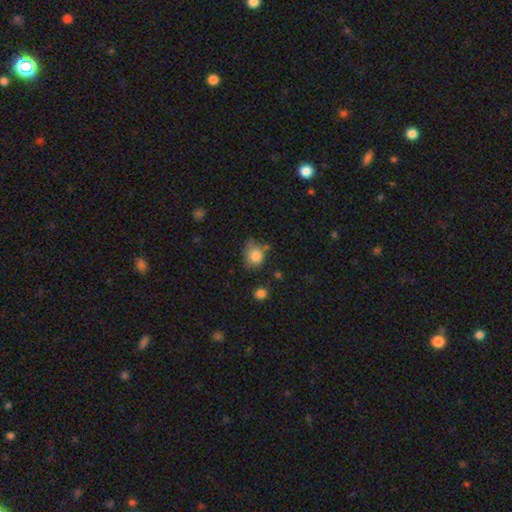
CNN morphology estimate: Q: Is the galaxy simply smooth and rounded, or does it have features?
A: smooth — 82%.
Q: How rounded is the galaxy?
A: round — 70%.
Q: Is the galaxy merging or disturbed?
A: none — 53%.